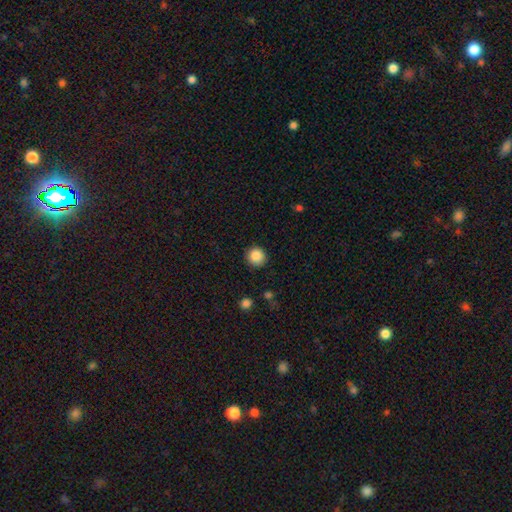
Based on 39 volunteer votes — This is clearly a smooth galaxy (97%). How rounded: clearly round (100%). Merging: clearly none (92%).